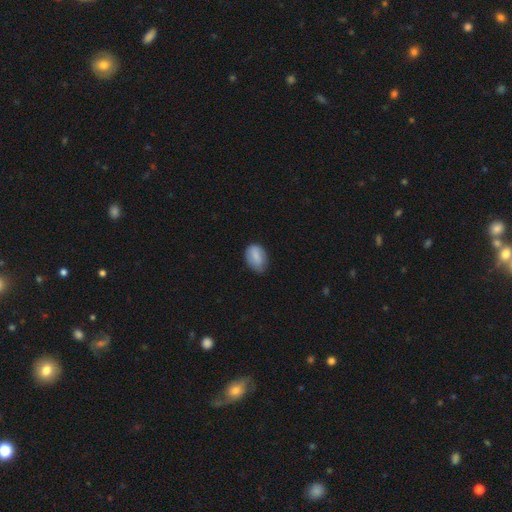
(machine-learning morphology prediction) Overall: smooth (83%). How rounded: in between (84%). Merging: none (61%; minor disturbance 32%).